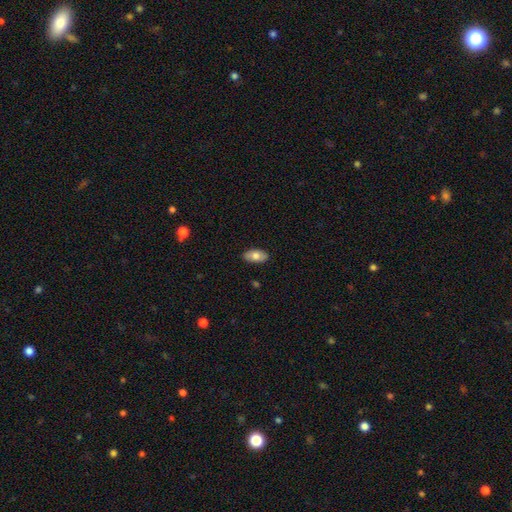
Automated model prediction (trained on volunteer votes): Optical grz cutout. It shows a smooth galaxy with no disk features (76%) that is in between round and cigar-shaped (93%). Merging: none (88%).